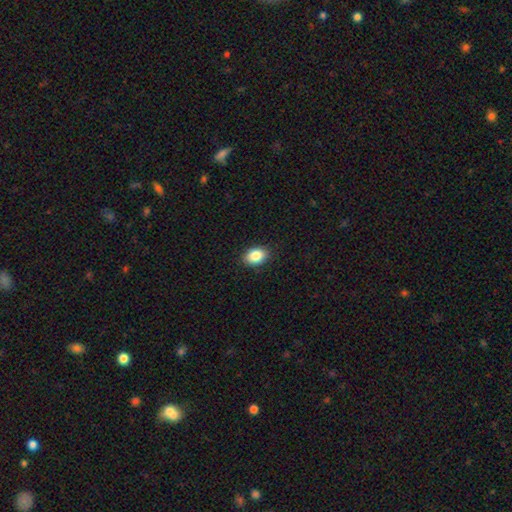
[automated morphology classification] Smooth or featured? Predicted: smooth (p=0.86). How rounded? Predicted: in between (p=0.77). Merging? Predicted: none (p=0.89).